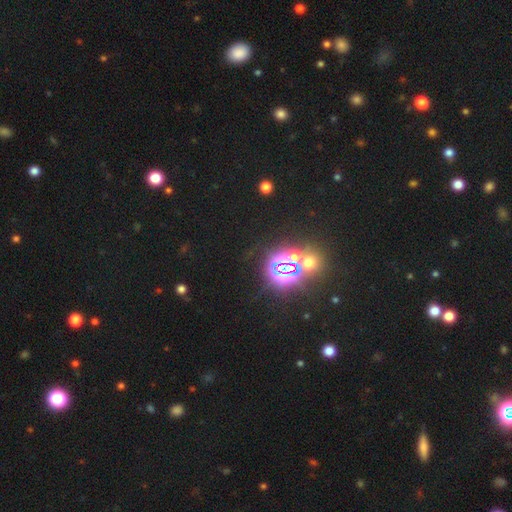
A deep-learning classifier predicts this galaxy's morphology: smooth-or-featured: star or artifact: 74% | smooth: 19% | featured or disk: 7%